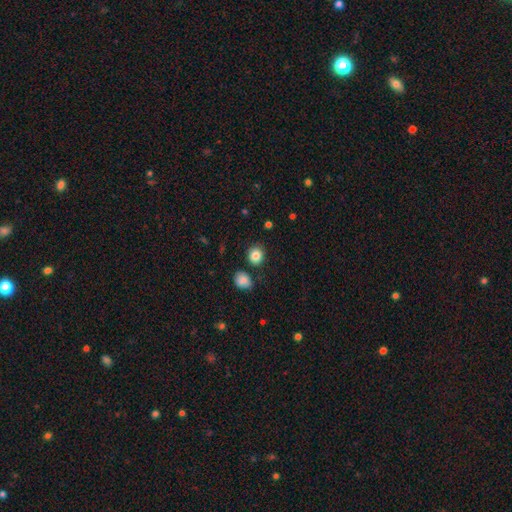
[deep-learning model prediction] This appears to be a smooth galaxy with no disk features (84%) that is round (78%). Merging: none (83%).